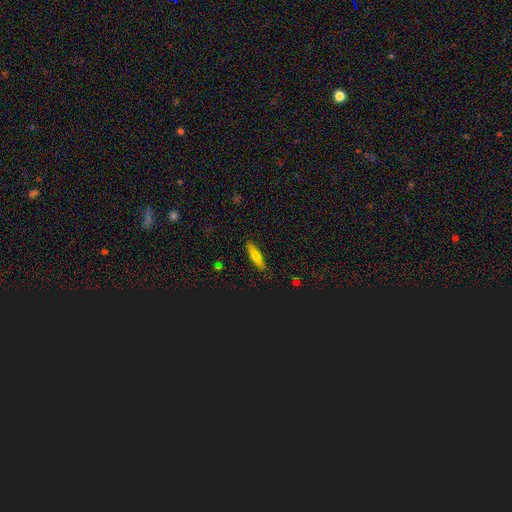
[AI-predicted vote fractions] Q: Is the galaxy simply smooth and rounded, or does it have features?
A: smooth — 67%.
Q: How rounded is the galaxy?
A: cigar-shaped — 73%.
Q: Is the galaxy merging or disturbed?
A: none — 88%.